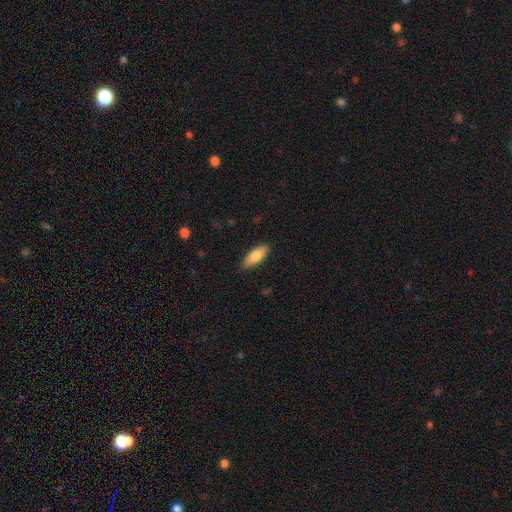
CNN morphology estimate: A smooth galaxy with no disk features (77%) that is in between round and cigar-shaped (71%).

Vote fractions:
- Smooth or featured? smooth: 77% / featured or disk: 18% / star or artifact: 6%
- How rounded? in between: 71% / cigar-shaped: 27% / round: 2%
- Merging? none: 88% / minor disturbance: 9% / major disturbance: 2% / merger: 1%